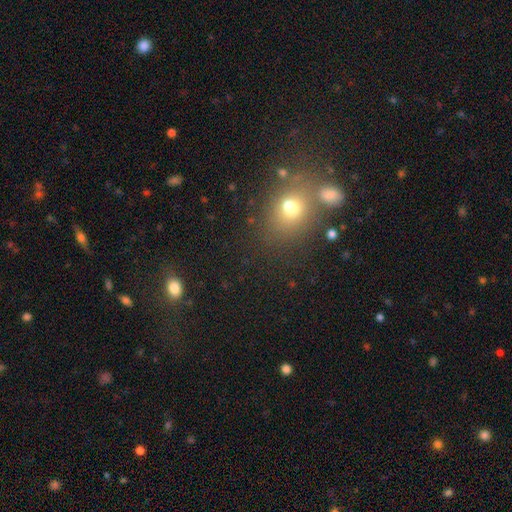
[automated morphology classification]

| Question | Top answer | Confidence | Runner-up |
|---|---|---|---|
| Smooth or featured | smooth | 60% | star or artifact (30%) |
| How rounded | round | 66% | in between (32%) |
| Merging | none | 65% | merger (20%) |